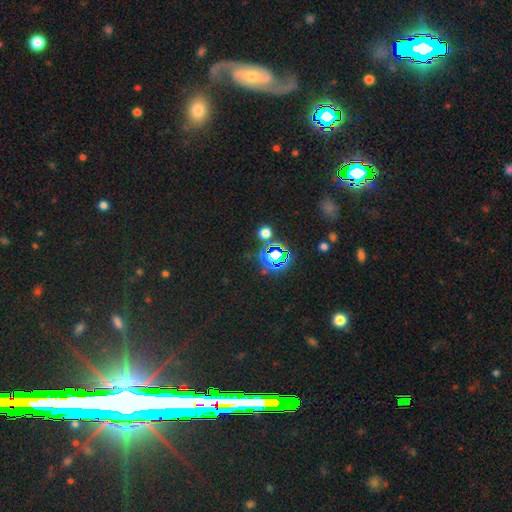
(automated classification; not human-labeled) smooth_or_featured: star or artifact (p=0.72) [alt: smooth p=0.17]